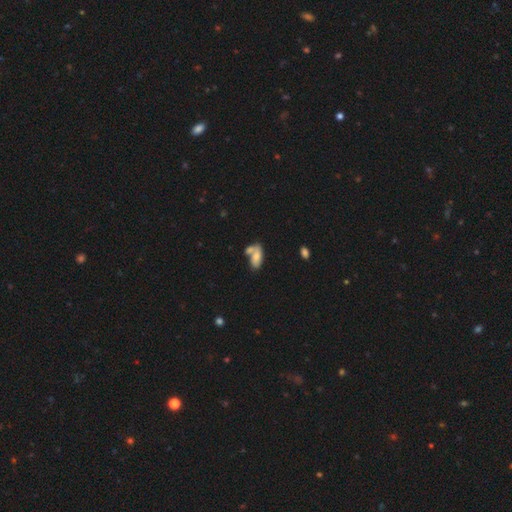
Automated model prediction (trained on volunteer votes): Smooth or featured? smooth (70%)
How rounded? in between (88%)
Merging? merger (48%)